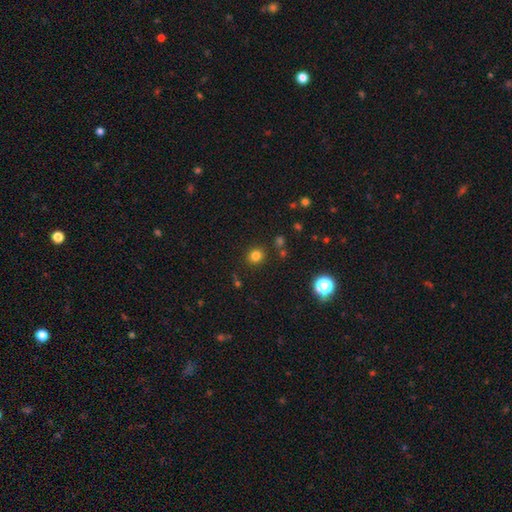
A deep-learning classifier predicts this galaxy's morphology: Overall: smooth (80%). How rounded: round (87%). Merging: none (87%).